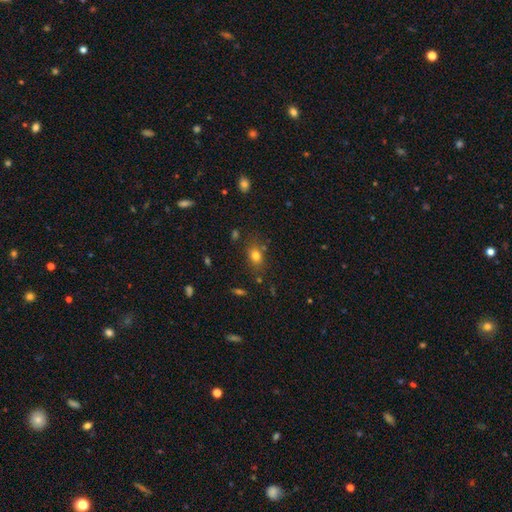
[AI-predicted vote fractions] Smooth or featured? Predicted: smooth (p=0.76). How rounded? Predicted: in between (p=0.58). Merging? Predicted: none (p=0.73).